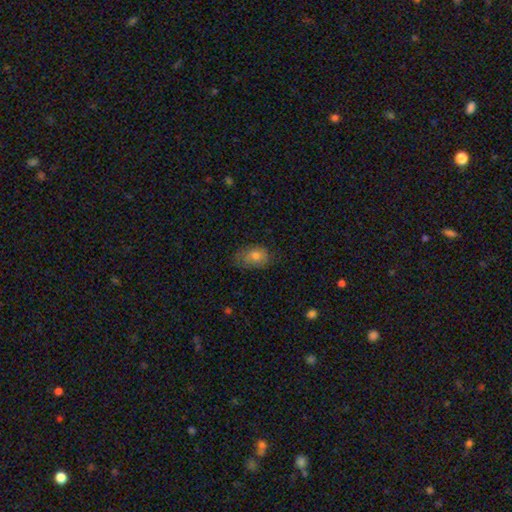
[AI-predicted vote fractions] smooth 73%, featured or disk 19%, star or artifact 9%. Down the decision tree: how rounded — in between (81%); merging — none (64%).